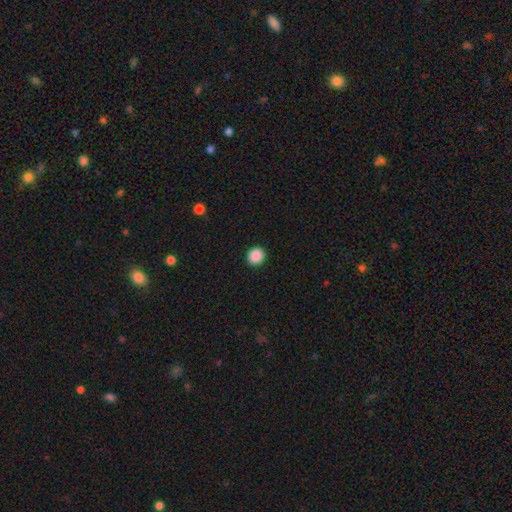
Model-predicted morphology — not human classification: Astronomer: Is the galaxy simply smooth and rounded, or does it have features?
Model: smooth — 89%.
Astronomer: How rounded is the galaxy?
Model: round — 87%.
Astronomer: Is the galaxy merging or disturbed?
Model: none — 92%.